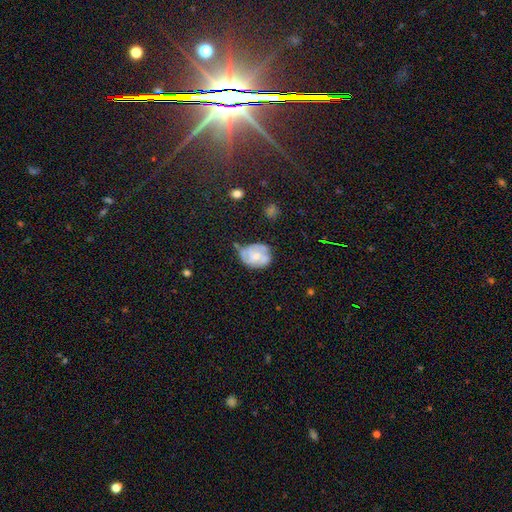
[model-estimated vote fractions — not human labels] The model was most divided on "bulge size": small: 50%, moderate: 42%, none: 5%, large: 2%, dominant: 1%. Remaining: edge-on disk — no (97%); spiral arms — yes (77%); bar — no (66%); smooth or featured — featured or disk (62%); merging — none (44%).